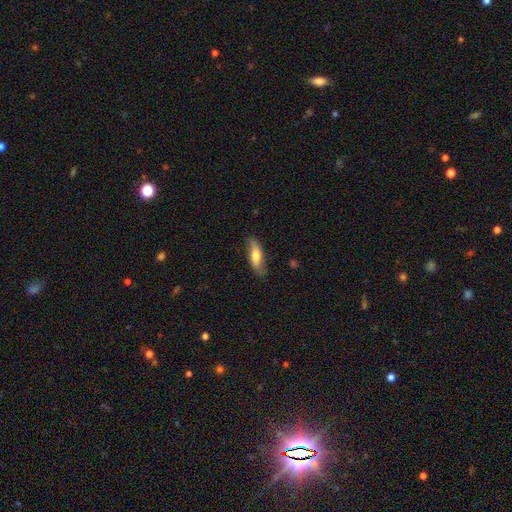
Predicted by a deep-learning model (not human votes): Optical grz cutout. It shows a smooth galaxy with no disk features (63%) that is in between round and cigar-shaped (57%). Merging: none (75%).